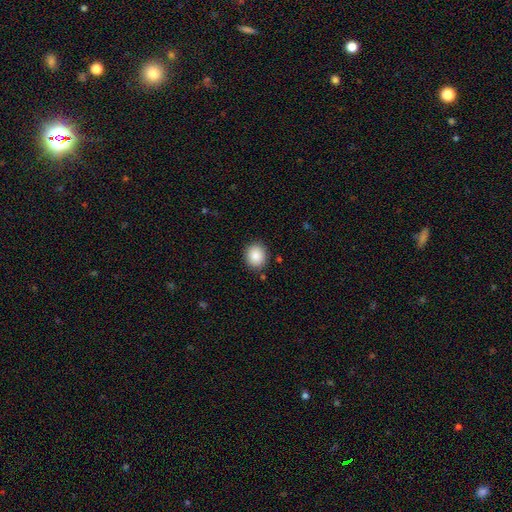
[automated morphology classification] This appears to be a smooth galaxy with no disk features (88%) that is round (71%). Merging: none (88%).